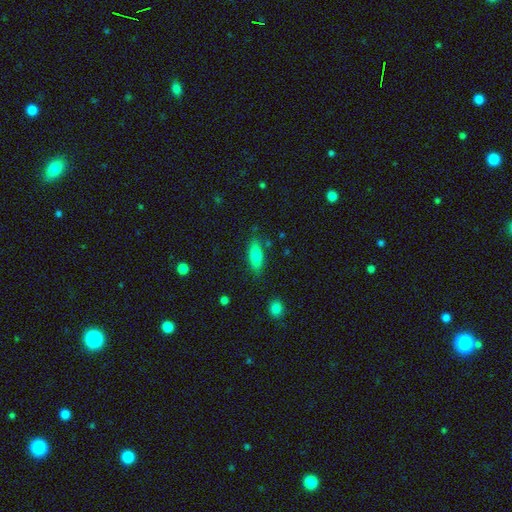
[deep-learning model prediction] The model was most divided on "how rounded": in between: 60%, cigar-shaped: 37%, round: 3%. More confident: merging — none (82%); smooth or featured — smooth (76%).